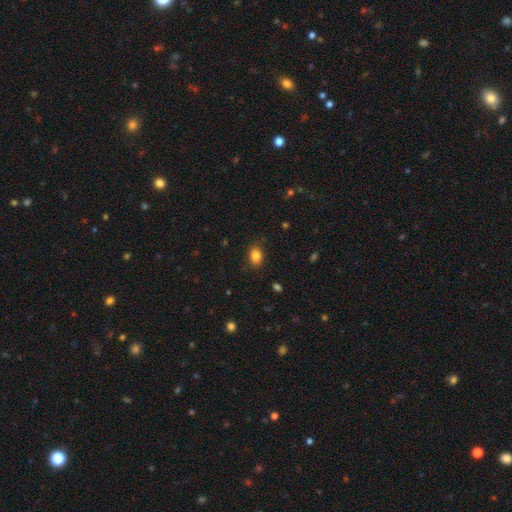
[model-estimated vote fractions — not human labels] Smooth or featured? smooth (85%)
How rounded? in between (75%)
Merging? none (84%)